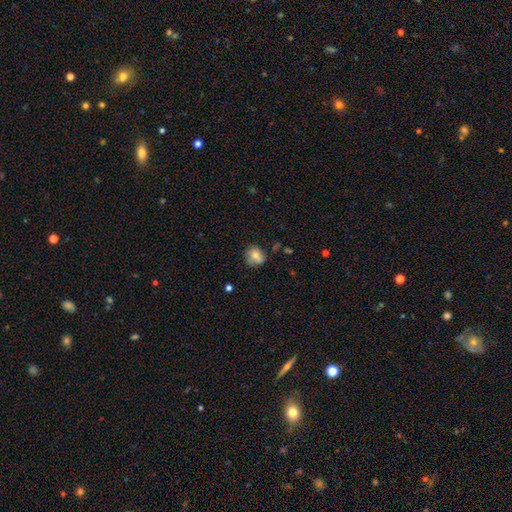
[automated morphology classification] Smooth or featured? Predicted: smooth (p=0.75). How rounded? Predicted: round (p=0.71). Merging? Predicted: none (p=0.65).